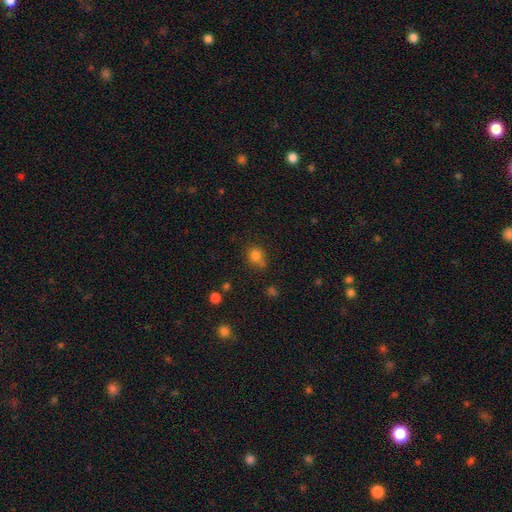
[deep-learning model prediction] This is clearly a smooth galaxy (81%). How rounded: likely round (73%). Merging: likely none (63%).